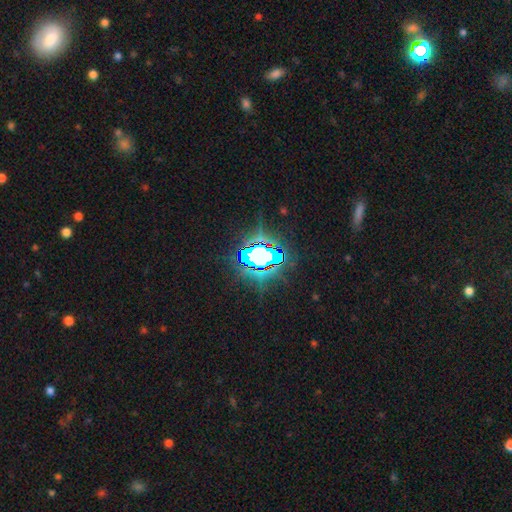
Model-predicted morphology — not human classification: smooth-or-featured: star or artifact: 73% | featured or disk: 13% | smooth: 13%